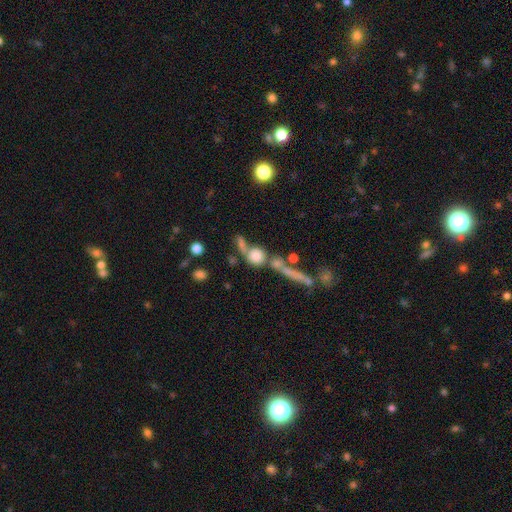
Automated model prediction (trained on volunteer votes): Smooth or featured: smooth — 73% (featured or disk — 15%)
How rounded: round — 77% (in between — 14%)
Merging: none — 43% (merger — 36%)